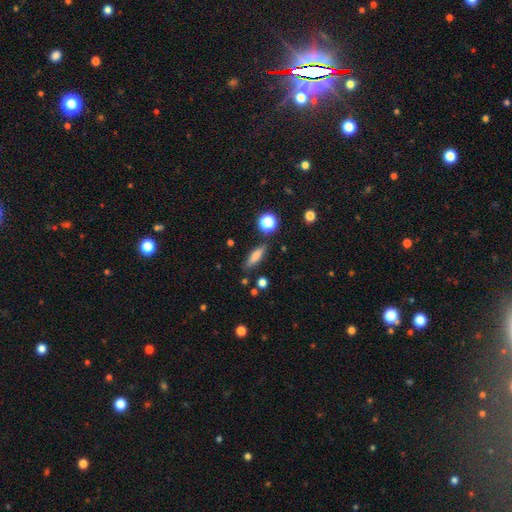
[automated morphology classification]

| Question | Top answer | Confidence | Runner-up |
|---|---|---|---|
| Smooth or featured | smooth | 67% | featured or disk (22%) |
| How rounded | cigar-shaped | 59% | in between (36%) |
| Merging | none | 81% | minor disturbance (12%) |